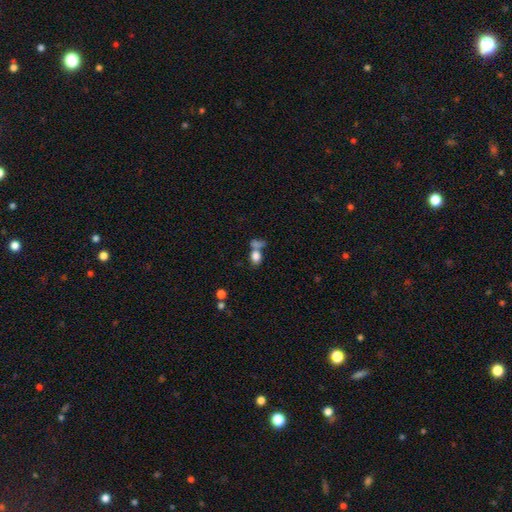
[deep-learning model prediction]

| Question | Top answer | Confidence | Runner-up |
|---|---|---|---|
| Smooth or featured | smooth | 80% | star or artifact (11%) |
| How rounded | in between | 62% | round (36%) |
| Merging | merger | 46% | none (36%) |